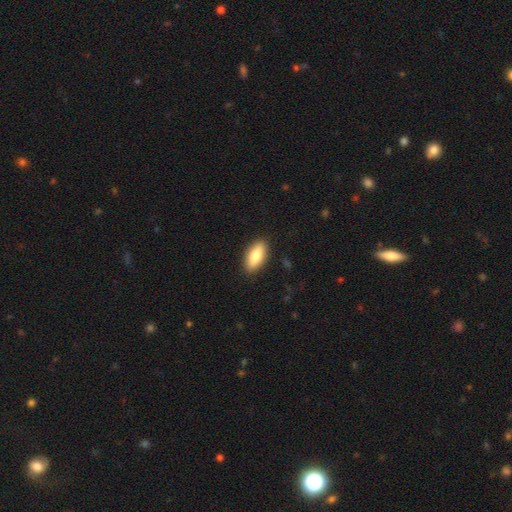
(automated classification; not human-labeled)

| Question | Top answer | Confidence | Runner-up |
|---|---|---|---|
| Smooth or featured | smooth | 81% | featured or disk (13%) |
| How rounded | in between | 83% | cigar-shaped (15%) |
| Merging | none | 89% | minor disturbance (8%) |